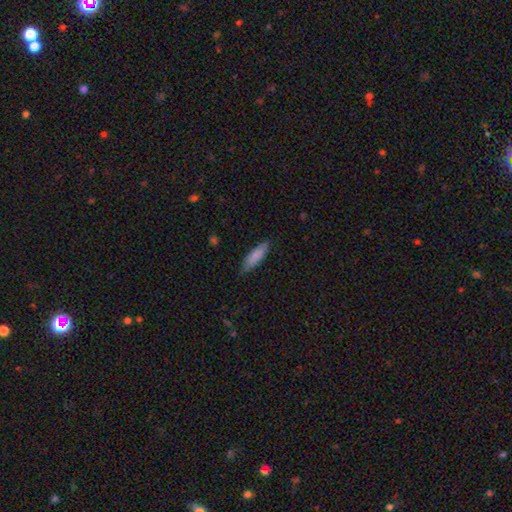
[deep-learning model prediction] Smooth or featured? smooth (84%)
How rounded? in between (54%)
Merging? none (71%)